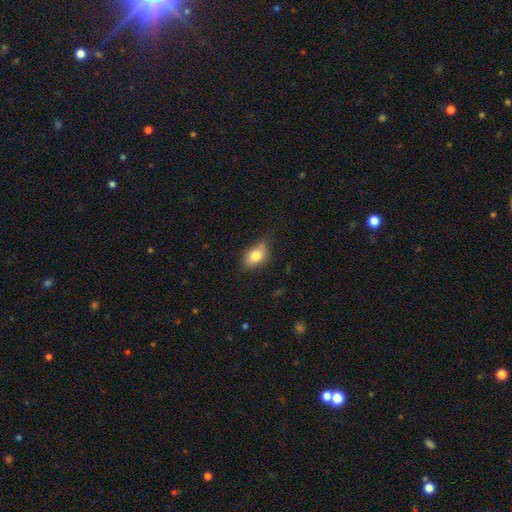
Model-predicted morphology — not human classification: This appears to be a smooth galaxy with no disk features (78%) that is in between round and cigar-shaped (84%). Merging: none (66%).